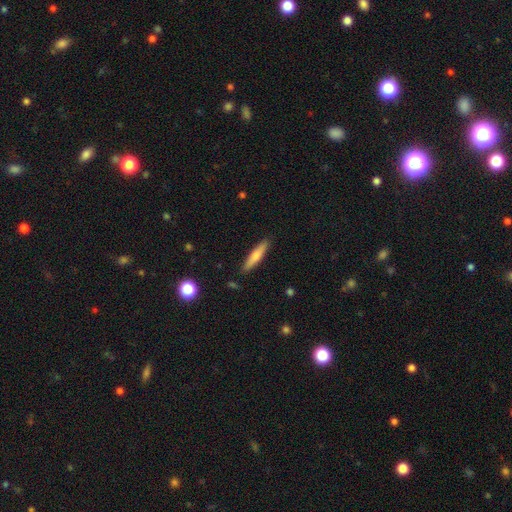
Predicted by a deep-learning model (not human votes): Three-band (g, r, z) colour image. It shows a smooth galaxy with no disk features (63%) that is cigar-shaped (85%). Merging: none (89%).